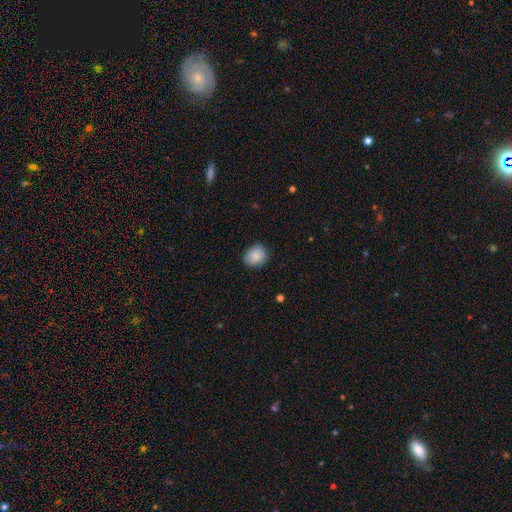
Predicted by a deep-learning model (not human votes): Smooth or featured? Predicted: smooth (p=0.86). How rounded? Predicted: round (p=0.65). Merging? Predicted: none (p=0.83).